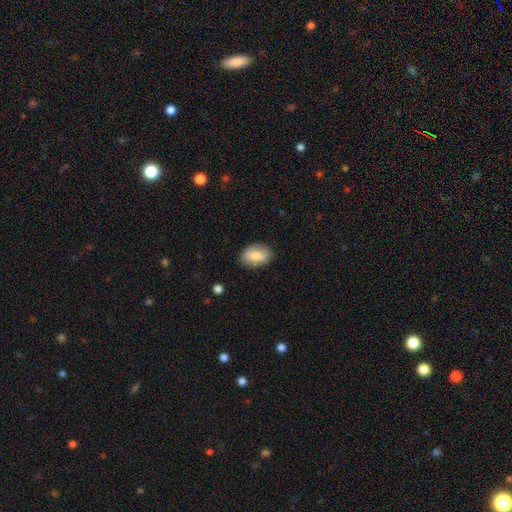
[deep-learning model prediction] Smooth or featured? smooth (77%)
How rounded? in between (87%)
Merging? none (83%)